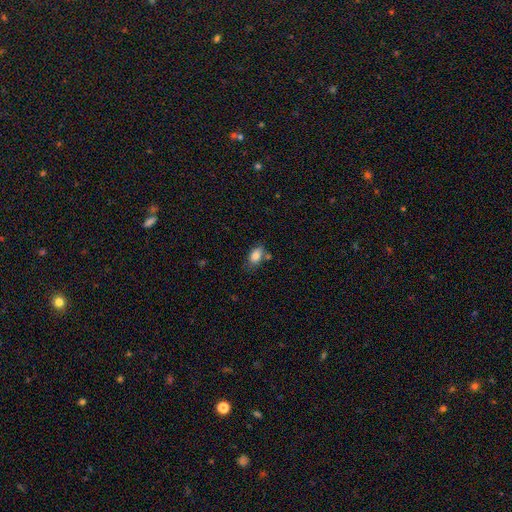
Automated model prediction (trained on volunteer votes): Smooth or featured? smooth (83%)
How rounded? in between (87%)
Merging? none (63%)